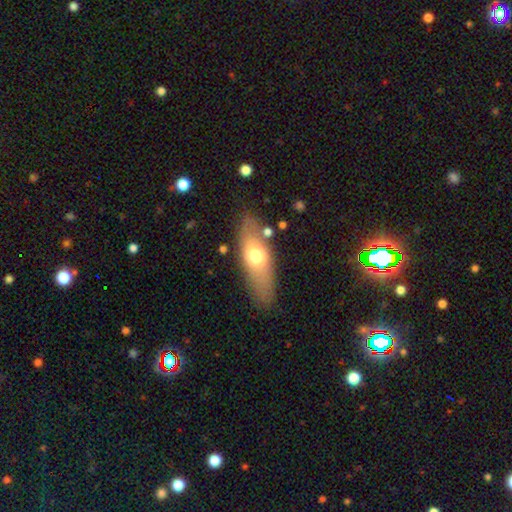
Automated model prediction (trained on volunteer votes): Smooth or featured?
  - smooth: 56% *
  - featured or disk: 36%
  - star or artifact: 7%
How rounded?
  - in between: 66% *
  - cigar-shaped: 30%
  - round: 4%
Merging?
  - none: 77% *
  - minor disturbance: 14%
  - major disturbance: 5%
  - merger: 4%